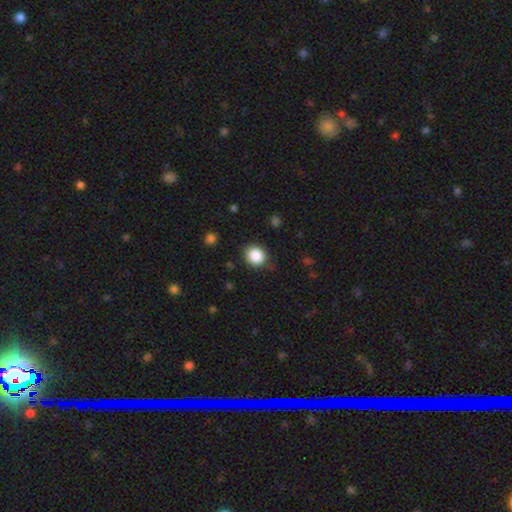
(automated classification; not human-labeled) A smooth galaxy with no disk features (87%) that is round (78%). Merging: none (85%).